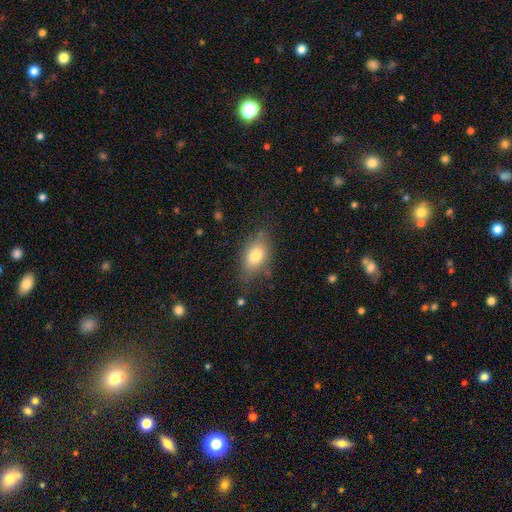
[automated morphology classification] Smooth or featured?
  - smooth: 77% *
  - featured or disk: 14%
  - star or artifact: 9%
How rounded?
  - in between: 84% *
  - round: 13%
  - cigar-shaped: 3%
Merging?
  - none: 72% *
  - minor disturbance: 20%
  - major disturbance: 6%
  - merger: 2%